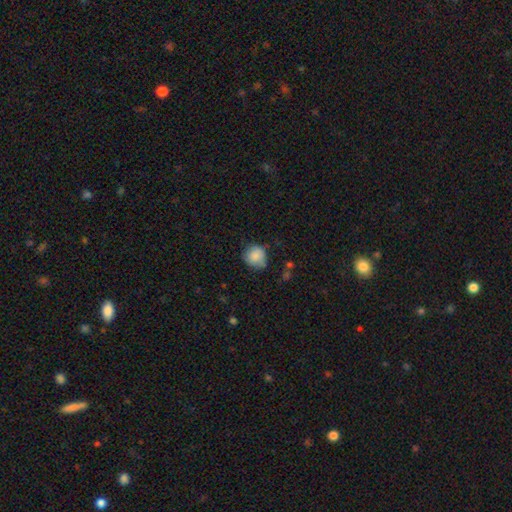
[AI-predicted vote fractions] smooth 84%, featured or disk 8%, star or artifact 8%. Down the decision tree: how rounded — round (84%); merging — none (62%).